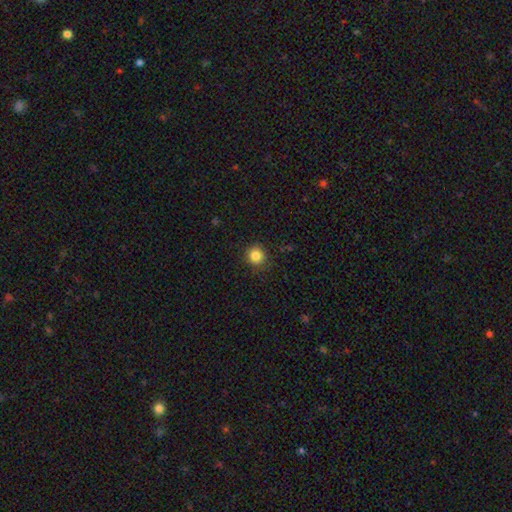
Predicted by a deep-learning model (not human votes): Morphology: type=smooth (84%); roundness=round (93%); merging=none (89%).